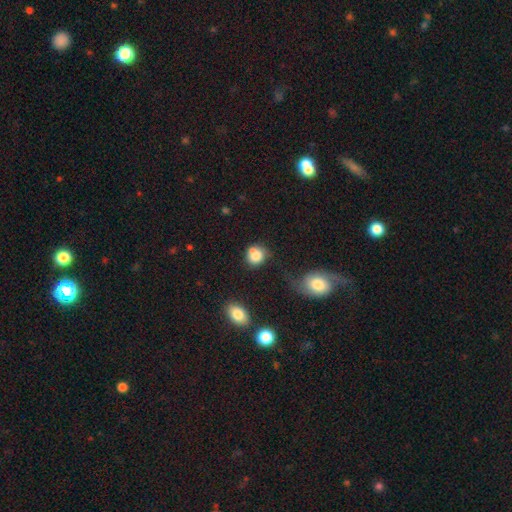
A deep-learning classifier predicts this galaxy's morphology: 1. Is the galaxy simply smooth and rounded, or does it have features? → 81% smooth, 10% featured or disk, 10% star or artifact.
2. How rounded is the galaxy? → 77% round, 22% in between, 1% cigar-shaped.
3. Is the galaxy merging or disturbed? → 50% none, 21% merger, 20% minor disturbance, 8% major disturbance.